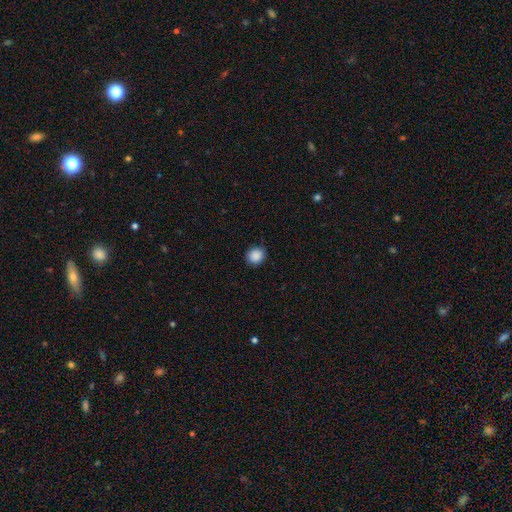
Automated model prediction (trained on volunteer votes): A smooth galaxy with no disk features (88%) that is round (87%).

Vote fractions:
- Smooth or featured? smooth: 88% / star or artifact: 9% / featured or disk: 2%
- How rounded? round: 87% / in between: 12% / cigar-shaped: 1%
- Merging? none: 90% / minor disturbance: 7% / major disturbance: 2% / merger: 1%